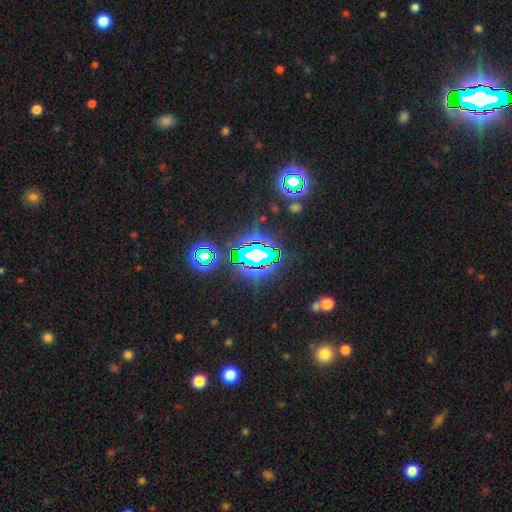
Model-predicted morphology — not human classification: This appears to be a star or artifact, not a galaxy (74%).